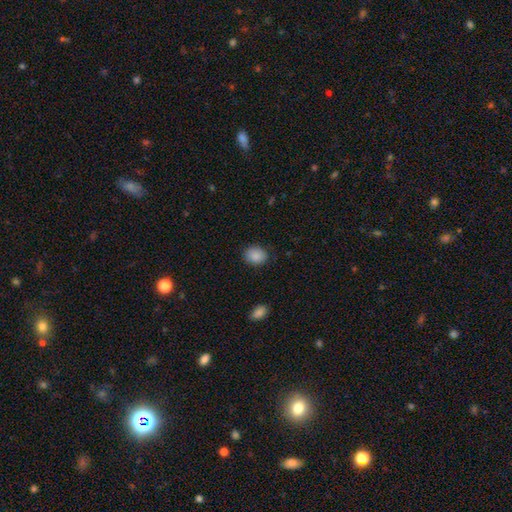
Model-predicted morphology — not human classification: Q: Smooth or featured?
A: smooth (87%); runner-up: star or artifact (8%)
Q: How rounded?
A: in between (52%); runner-up: round (47%)
Q: Merging?
A: none (82%); runner-up: minor disturbance (14%)